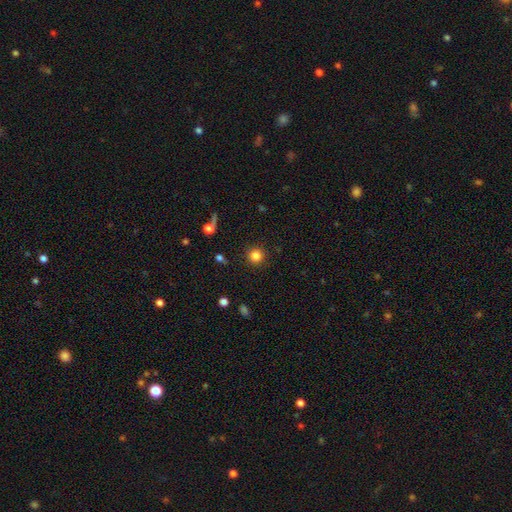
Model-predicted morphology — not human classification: smooth-or-featured: smooth: 84% | star or artifact: 12% | featured or disk: 5%
  how-rounded: round: 95% | in between: 4% | cigar-shaped: 1%
  merging: none: 91% | minor disturbance: 5% | major disturbance: 2% | merger: 1%